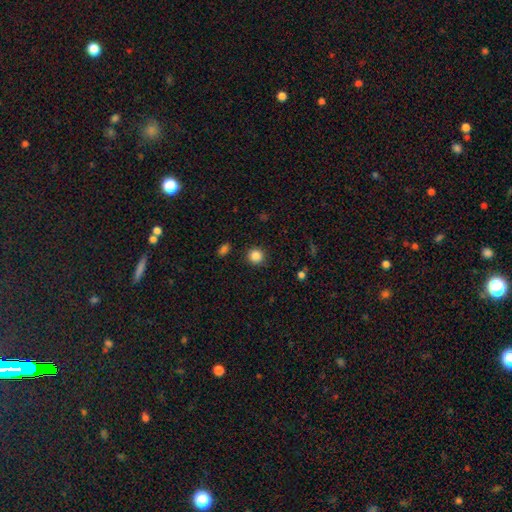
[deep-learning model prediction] Smooth or featured?
  - smooth: 86% *
  - star or artifact: 11%
  - featured or disk: 4%
How rounded?
  - round: 91% *
  - in between: 8%
  - cigar-shaped: 1%
Merging?
  - none: 90% *
  - minor disturbance: 6%
  - major disturbance: 2%
  - merger: 1%